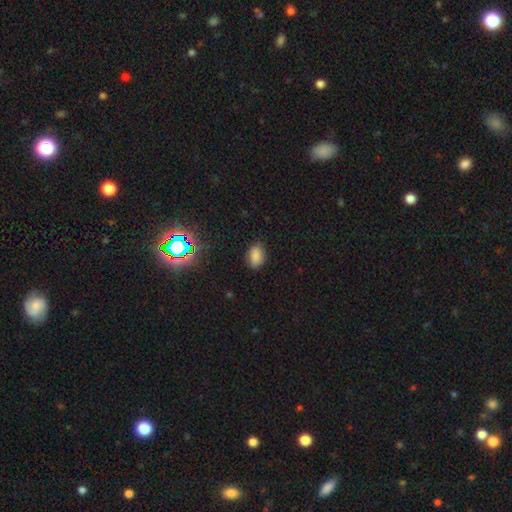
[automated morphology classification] type=smooth (81%); roundness=in between (86%); merging=none (82%).